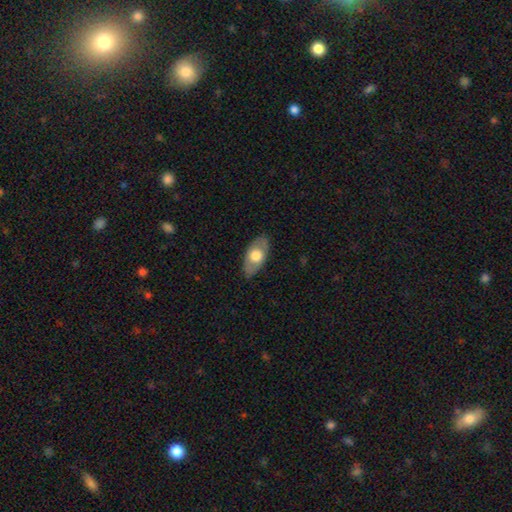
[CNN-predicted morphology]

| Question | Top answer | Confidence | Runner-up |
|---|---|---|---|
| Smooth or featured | smooth | 57% | featured or disk (38%) |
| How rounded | in between | 90% | round (6%) |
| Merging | none | 83% | minor disturbance (13%) |